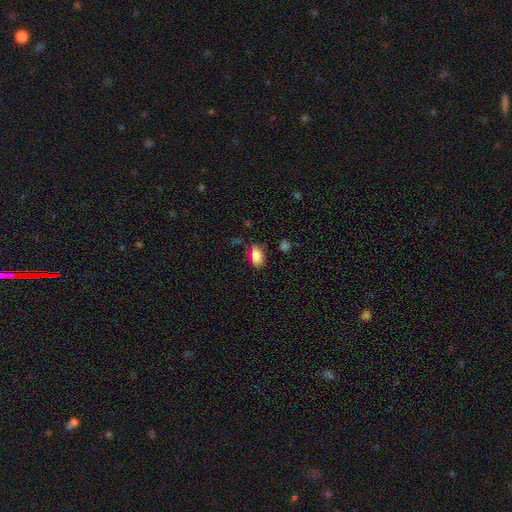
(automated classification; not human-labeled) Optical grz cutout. It shows a smooth galaxy with no disk features (85%) that is in between round and cigar-shaped (89%). Merging: none (69%).